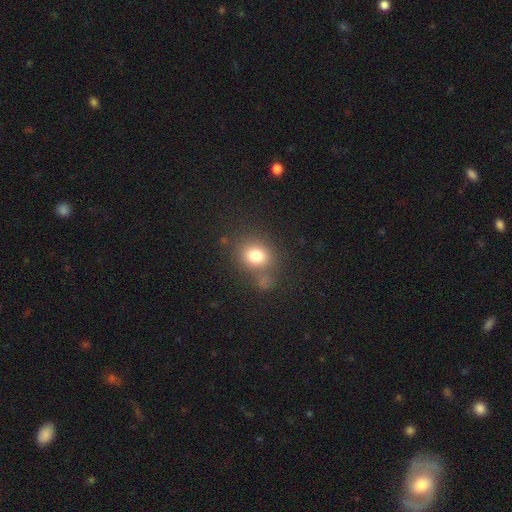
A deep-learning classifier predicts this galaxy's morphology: smooth_or_featured: smooth (p=0.78) [alt: star or artifact p=0.13]
how_rounded: round (p=0.66) [alt: in between p=0.33]
merging: none (p=0.66) [alt: minor disturbance p=0.14]